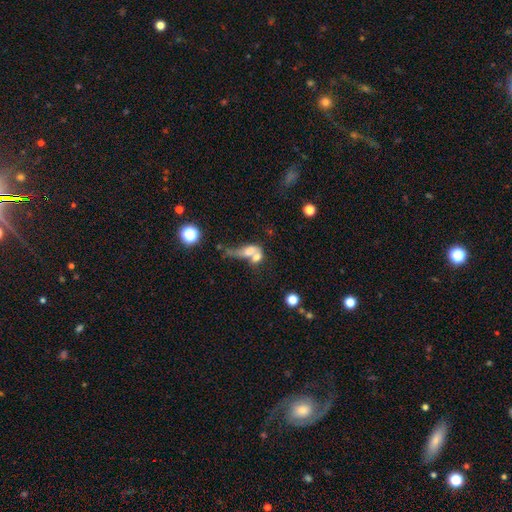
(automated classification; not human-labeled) Smooth or featured: smooth — 56% (featured or disk — 31%)
How rounded: in between — 67% (round — 19%)
Merging: merger — 60% (major disturbance — 18%)